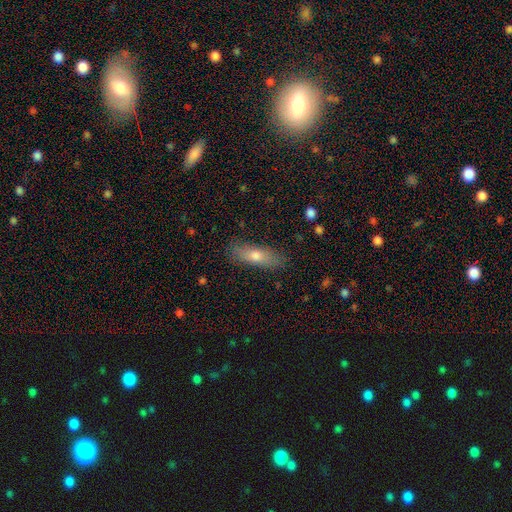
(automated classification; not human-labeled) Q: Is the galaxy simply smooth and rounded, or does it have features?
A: smooth — 69%.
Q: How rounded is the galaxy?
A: in between — 51%.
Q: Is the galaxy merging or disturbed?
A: none — 84%.